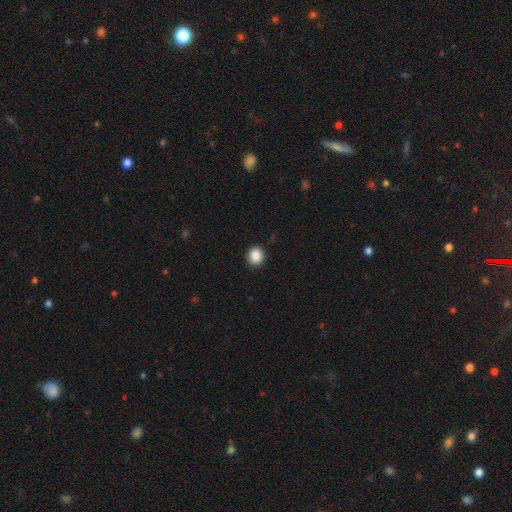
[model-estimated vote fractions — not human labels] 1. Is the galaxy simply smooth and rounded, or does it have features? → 88% smooth, 9% star or artifact, 3% featured or disk.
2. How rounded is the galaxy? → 69% round, 30% in between, 1% cigar-shaped.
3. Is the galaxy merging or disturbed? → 90% none, 7% minor disturbance, 2% major disturbance, 1% merger.